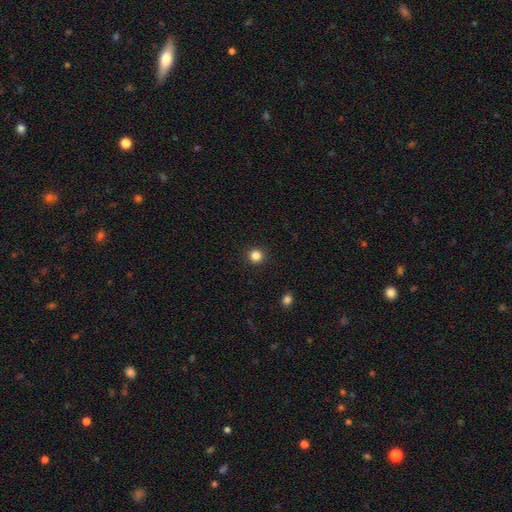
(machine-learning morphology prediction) A smooth galaxy with no disk features (84%) that is round (94%).

Vote fractions:
- Smooth or featured? smooth: 84% / star or artifact: 12% / featured or disk: 4%
- How rounded? round: 94% / in between: 5% / cigar-shaped: 1%
- Merging? none: 93% / minor disturbance: 5% / major disturbance: 2% / merger: 1%